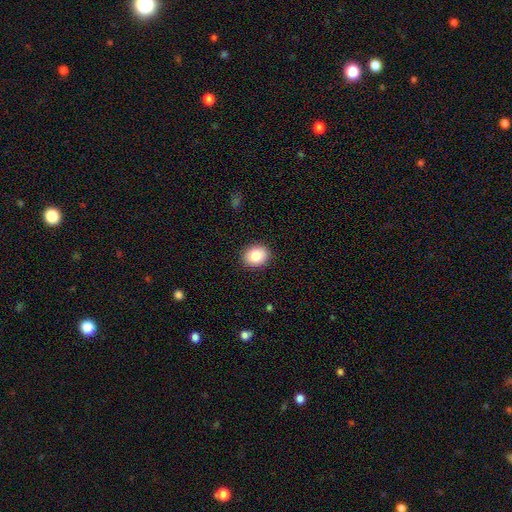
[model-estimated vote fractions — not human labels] Smooth or featured?
  - smooth: 85% *
  - star or artifact: 8%
  - featured or disk: 7%
How rounded?
  - round: 59% *
  - in between: 41%
  - cigar-shaped: 1%
Merging?
  - none: 90% *
  - minor disturbance: 7%
  - major disturbance: 2%
  - merger: 1%